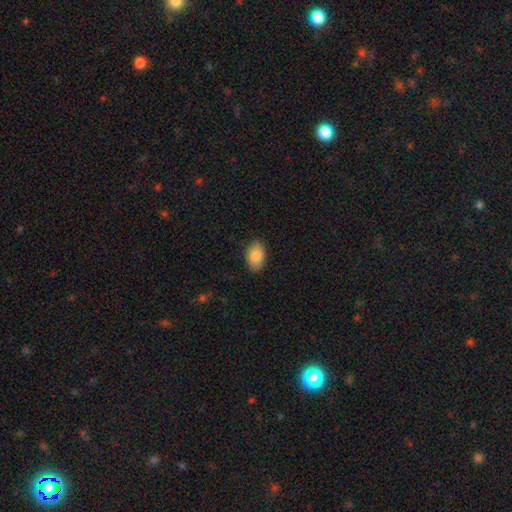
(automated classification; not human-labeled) Smooth or featured: smooth — 88% (star or artifact — 7%)
How rounded: in between — 92% (round — 7%)
Merging: none — 87% (minor disturbance — 10%)